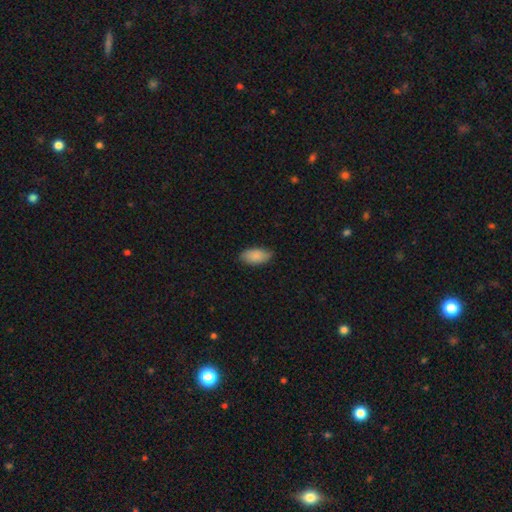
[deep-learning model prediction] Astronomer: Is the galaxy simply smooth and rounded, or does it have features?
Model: smooth — 85%.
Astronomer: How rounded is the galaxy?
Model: in between — 94%.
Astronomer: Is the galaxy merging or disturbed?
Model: none — 80%.